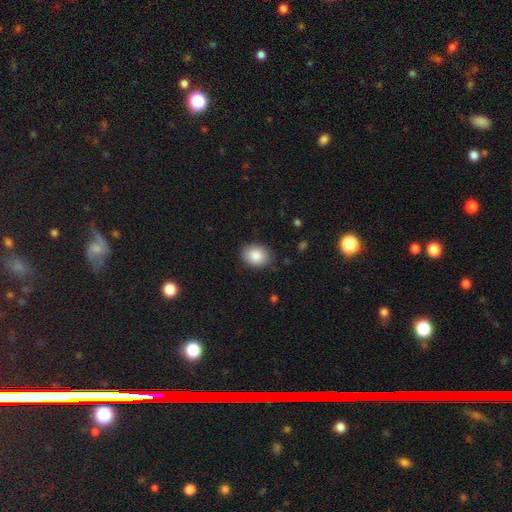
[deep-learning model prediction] Morphology: type=smooth (88%); roundness=in between (66%); merging=none (86%).